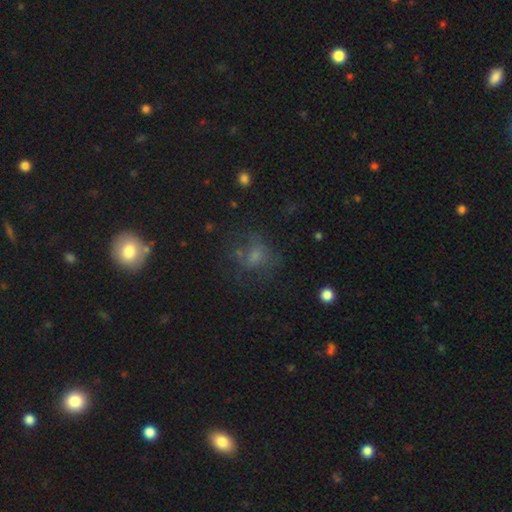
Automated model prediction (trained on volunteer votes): Smooth or featured? smooth (50%)
Merging? none (46%)